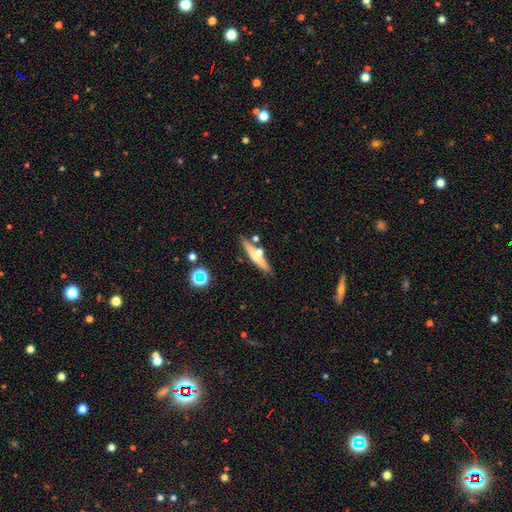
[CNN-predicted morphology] A smooth galaxy with no disk features (51%) that is cigar-shaped (89%).

Vote fractions:
- Smooth or featured? smooth: 51% / featured or disk: 41% / star or artifact: 8%
- How rounded? cigar-shaped: 89% / in between: 9% / round: 3%
- Merging? none: 74% / merger: 12% / minor disturbance: 11% / major disturbance: 3%